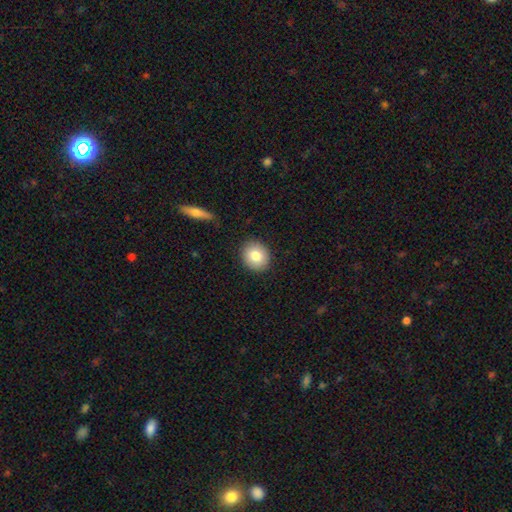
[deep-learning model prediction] Smooth or featured? Predicted: smooth (p=0.81). How rounded? Predicted: round (p=0.72). Merging? Predicted: none (p=0.89).